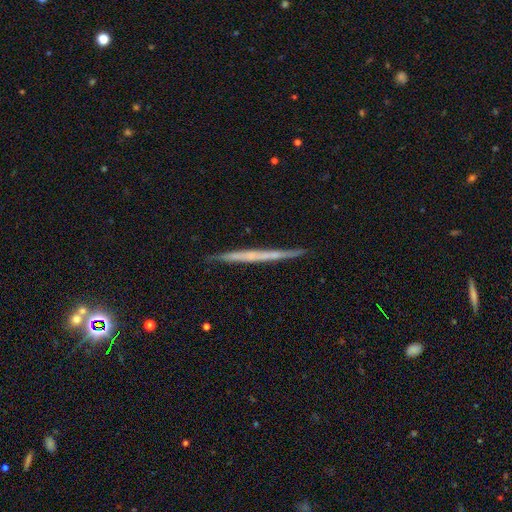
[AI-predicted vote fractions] Smooth or featured?
  - featured or disk: 56% *
  - smooth: 37%
  - star or artifact: 7%
Edge-on disk?
  - yes: 97% *
  - no: 3%
Edge-on bulge?
  - none: 90% *
  - rounded: 7%
  - boxy: 4%
Merging?
  - none: 89% *
  - minor disturbance: 8%
  - major disturbance: 1%
  - merger: 1%